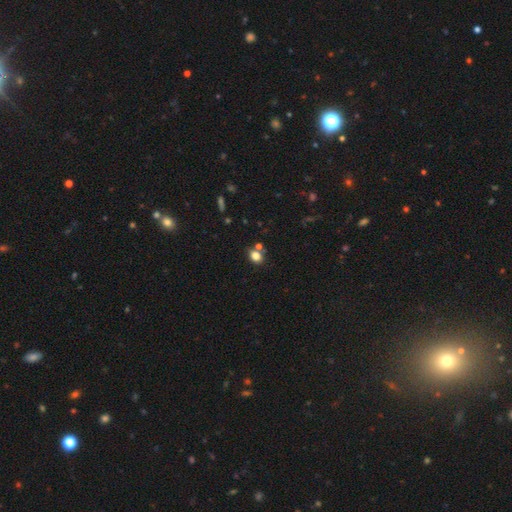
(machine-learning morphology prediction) smooth-or-featured: smooth: 80% | star or artifact: 14% | featured or disk: 6%
  how-rounded: round: 56% | in between: 43% | cigar-shaped: 1%
  merging: none: 69% | merger: 16% | minor disturbance: 12% | major disturbance: 4%